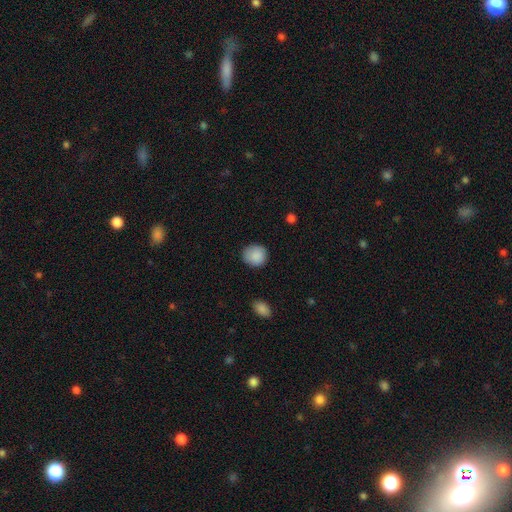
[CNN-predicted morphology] A smooth galaxy with no disk features (89%) that is round (84%).

Vote fractions:
- Smooth or featured? smooth: 89% / star or artifact: 7% / featured or disk: 4%
- How rounded? round: 84% / in between: 15% / cigar-shaped: 1%
- Merging? none: 85% / minor disturbance: 11% / major disturbance: 3% / merger: 1%